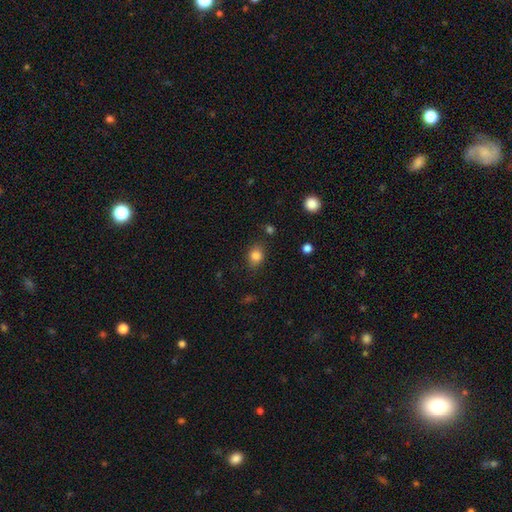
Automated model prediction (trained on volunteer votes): A smooth galaxy with no disk features (83%) that is in between round and cigar-shaped (54%). Merging: none (80%).